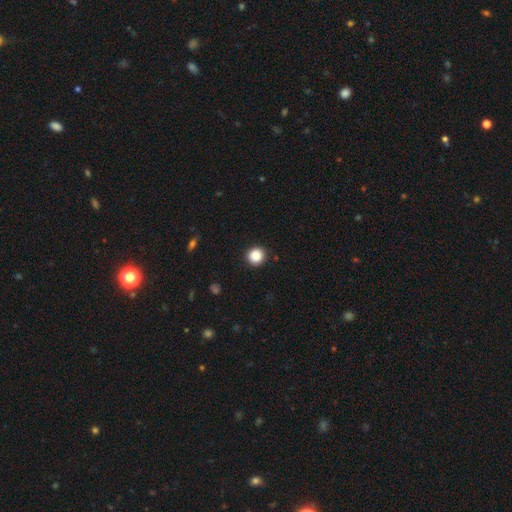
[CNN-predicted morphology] Smooth or featured?
  - smooth: 87% *
  - star or artifact: 10%
  - featured or disk: 3%
How rounded?
  - round: 94% *
  - in between: 5%
  - cigar-shaped: 1%
Merging?
  - none: 92% *
  - minor disturbance: 5%
  - major disturbance: 2%
  - merger: 1%